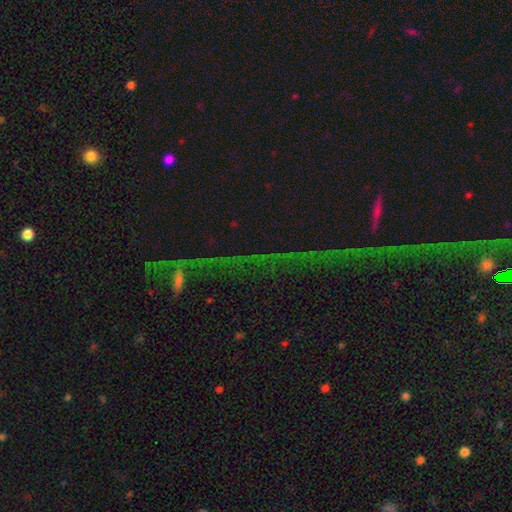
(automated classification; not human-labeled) Smooth or featured: star or artifact — 71% (featured or disk — 16%)